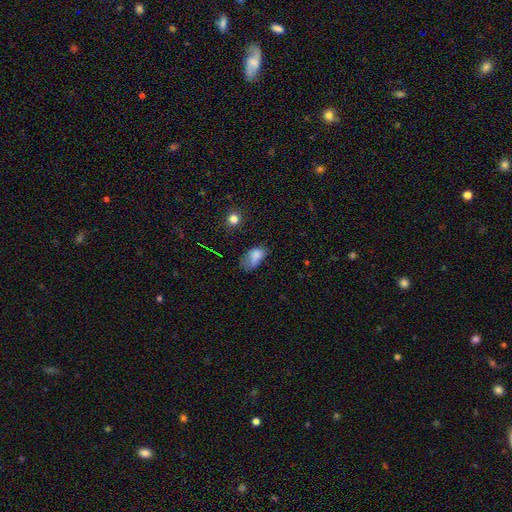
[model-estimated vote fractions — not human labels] Smooth or featured? Predicted: smooth (p=0.76). How rounded? Predicted: in between (p=0.89). Merging? Predicted: minor disturbance (p=0.36).